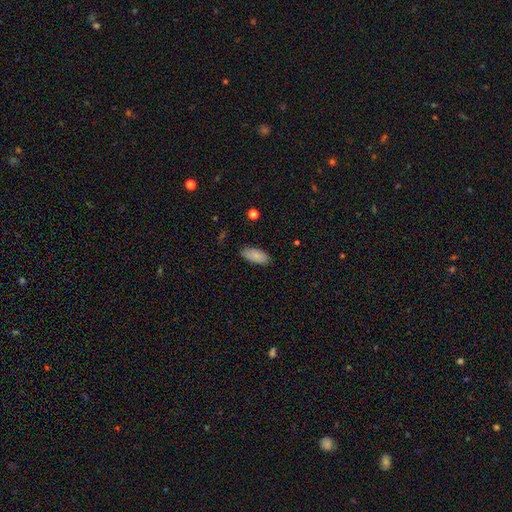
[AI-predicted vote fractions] Morphology: type=smooth (84%); roundness=in between (90%); merging=none (85%).